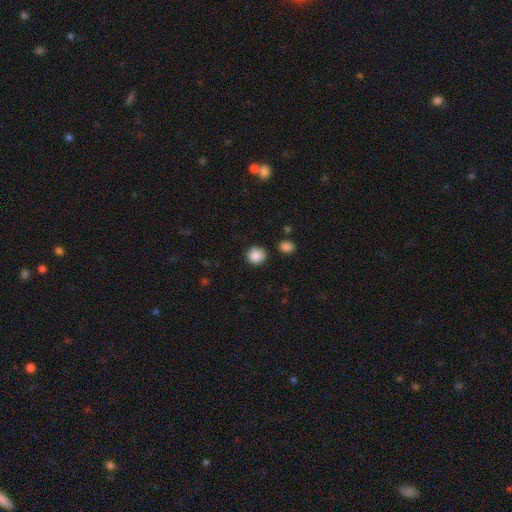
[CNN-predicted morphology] A smooth galaxy with no disk features (88%) that is round (91%). Merging: none (86%).